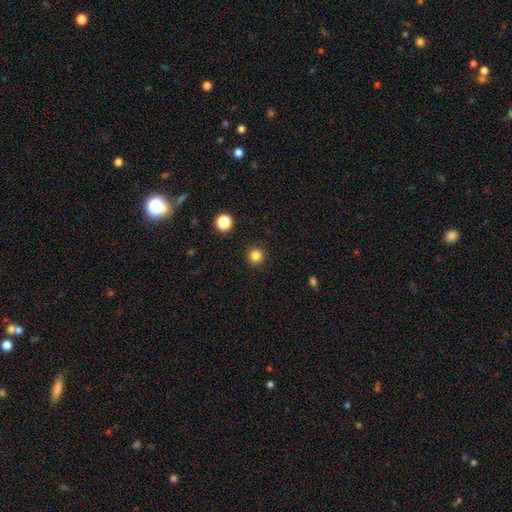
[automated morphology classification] Q: Smooth or featured?
A: smooth (84%); runner-up: star or artifact (12%)
Q: How rounded?
A: round (95%); runner-up: in between (4%)
Q: Merging?
A: none (93%); runner-up: minor disturbance (5%)